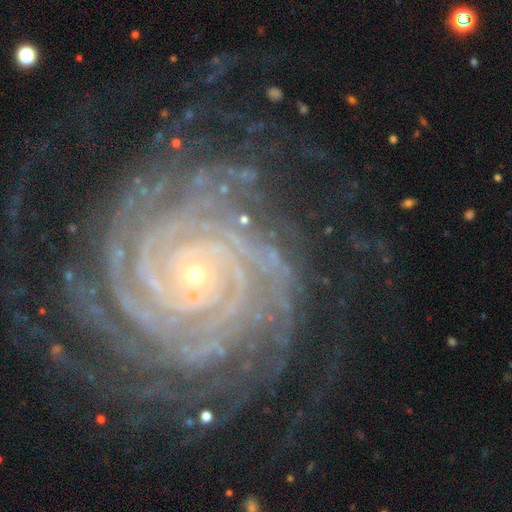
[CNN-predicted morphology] Smooth or featured? Predicted: featured or disk (p=0.91). Edge-on disk? Predicted: no (p=0.98). Bar? Predicted: no (p=0.69). Spiral arms? Predicted: yes (p=0.99). Spiral winding? Predicted: tight (p=0.88). Spiral arm count? Predicted: more than 4 (p=0.34). Bulge size? Predicted: small (p=0.83). Merging? Predicted: none (p=0.77).